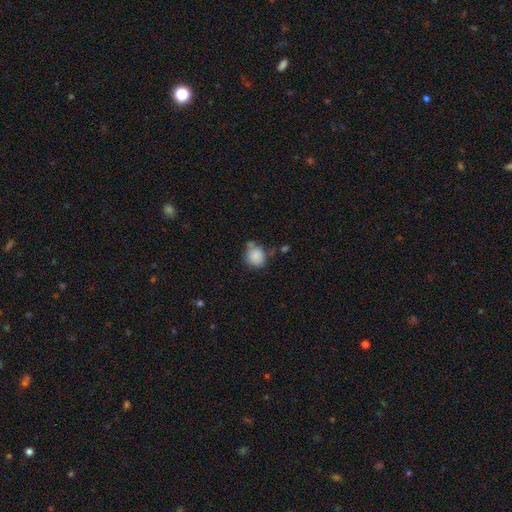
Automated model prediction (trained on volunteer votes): Morphology: type=smooth (86%); roundness=round (78%); merging=none (57%).